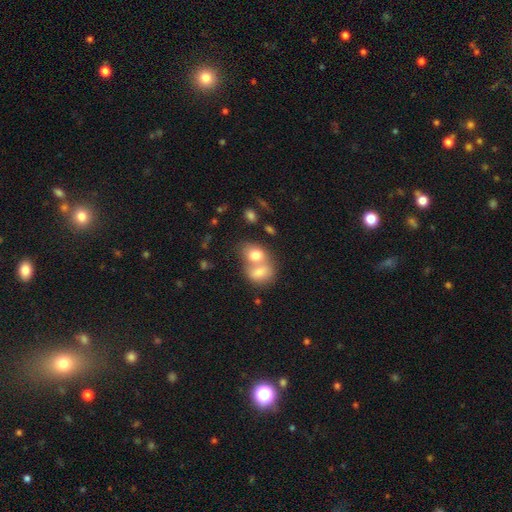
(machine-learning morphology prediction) Smooth or featured? Predicted: smooth (p=0.76). How rounded? Predicted: in between (p=0.64). Merging? Predicted: merger (p=0.69).